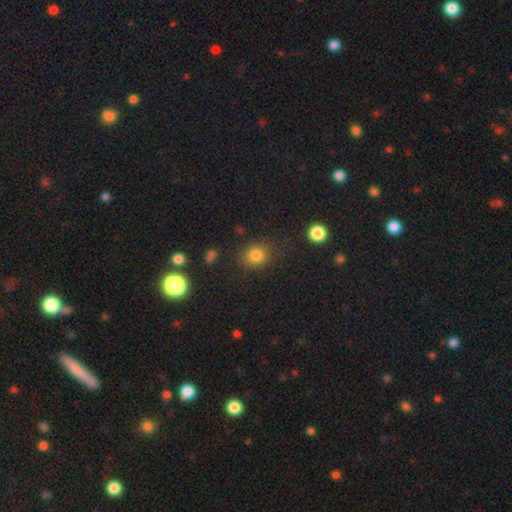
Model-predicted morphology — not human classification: Q: Smooth or featured?
A: smooth (80%); runner-up: star or artifact (14%)
Q: How rounded?
A: round (72%); runner-up: in between (27%)
Q: Merging?
A: none (76%); runner-up: minor disturbance (14%)